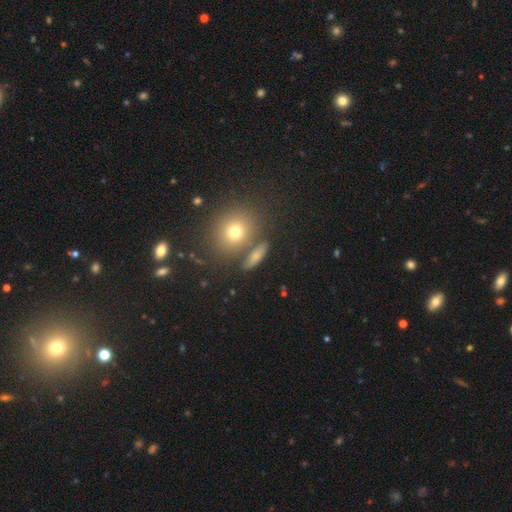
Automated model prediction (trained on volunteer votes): smooth-or-featured: smooth: 67% | featured or disk: 19% | star or artifact: 14%
  how-rounded: in between: 39% | cigar-shaped: 33% | round: 28%
  merging: none: 75% | minor disturbance: 11% | merger: 9% | major disturbance: 4%